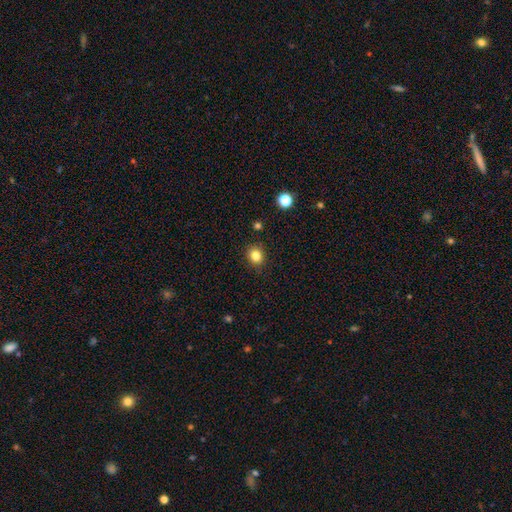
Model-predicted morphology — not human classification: A smooth galaxy with no disk features (83%) that is round (70%).

Vote fractions:
- Smooth or featured? smooth: 83% / star or artifact: 12% / featured or disk: 5%
- How rounded? round: 70% / in between: 29% / cigar-shaped: 1%
- Merging? none: 88% / minor disturbance: 8% / major disturbance: 2% / merger: 1%